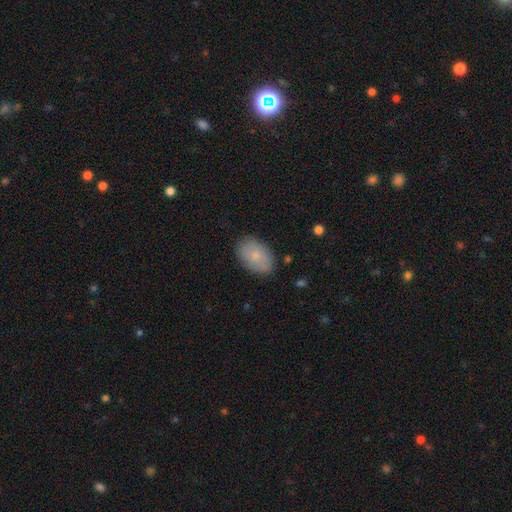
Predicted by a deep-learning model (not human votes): smooth 79%, featured or disk 14%, star or artifact 7%. Down the decision tree: how rounded — in between (88%); merging — none (84%).